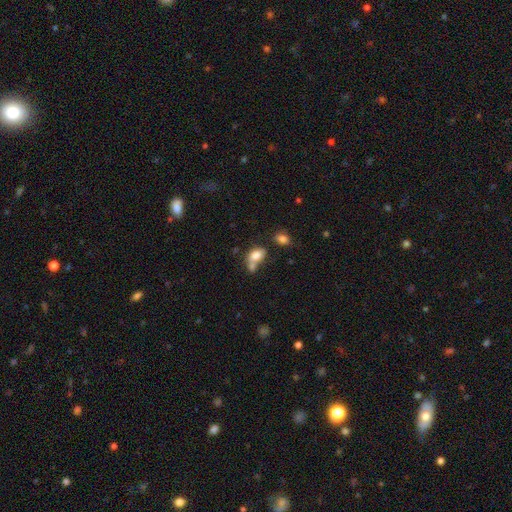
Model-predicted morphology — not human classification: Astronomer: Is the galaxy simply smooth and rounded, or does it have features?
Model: smooth — 79%.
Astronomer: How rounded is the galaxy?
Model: in between — 81%.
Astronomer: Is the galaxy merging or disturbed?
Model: merger — 46% (runner-up: none, 33%).